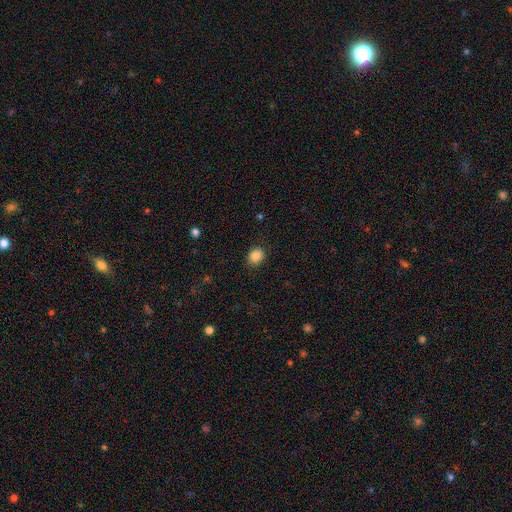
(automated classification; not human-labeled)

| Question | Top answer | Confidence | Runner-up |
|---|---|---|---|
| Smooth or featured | smooth | 86% | star or artifact (10%) |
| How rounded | round | 62% | in between (37%) |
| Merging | none | 87% | minor disturbance (9%) |